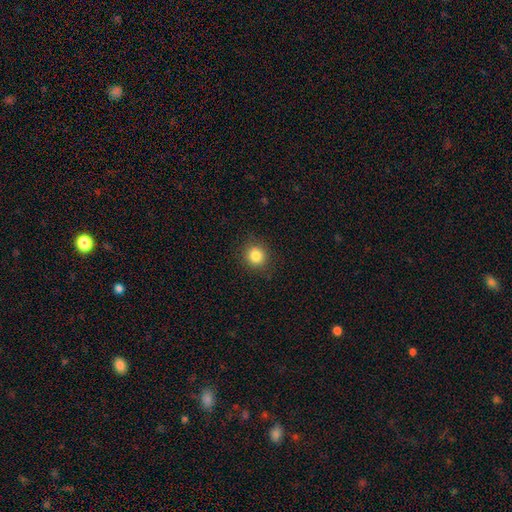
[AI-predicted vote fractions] A smooth galaxy with no disk features (84%) that is round (90%).

Vote fractions:
- Smooth or featured? smooth: 84% / star or artifact: 11% / featured or disk: 5%
- How rounded? round: 90% / in between: 9% / cigar-shaped: 1%
- Merging? none: 90% / minor disturbance: 7% / major disturbance: 2% / merger: 1%